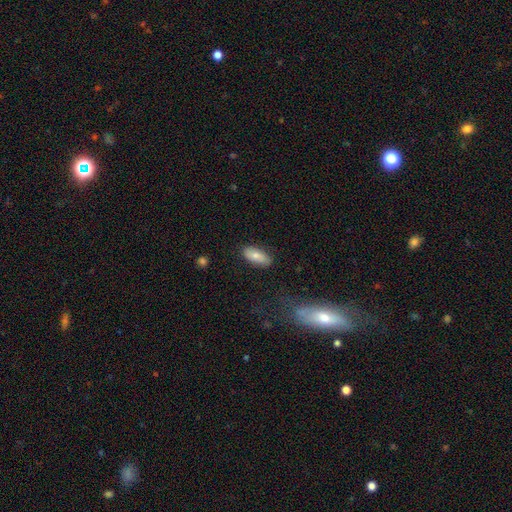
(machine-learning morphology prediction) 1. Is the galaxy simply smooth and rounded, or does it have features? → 78% smooth, 15% featured or disk, 7% star or artifact.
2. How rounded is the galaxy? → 85% in between, 12% cigar-shaped, 3% round.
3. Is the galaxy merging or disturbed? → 84% none, 12% minor disturbance, 2% major disturbance, 2% merger.